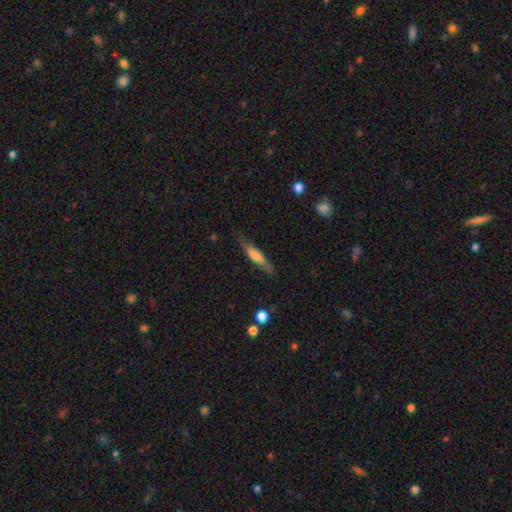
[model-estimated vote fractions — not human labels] smooth 59%, featured or disk 35%, star or artifact 6%. Down the decision tree: how rounded — cigar-shaped (77%); merging — none (72%).